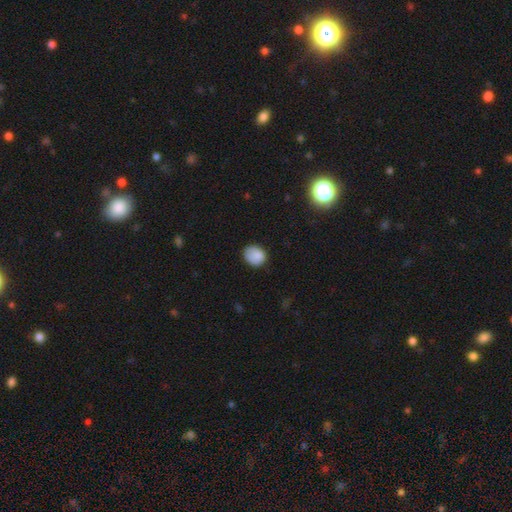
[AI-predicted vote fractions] smooth_or_featured: smooth (p=0.84) [alt: star or artifact p=0.09]
how_rounded: round (p=0.61) [alt: in between p=0.38]
merging: none (p=0.71) [alt: minor disturbance p=0.22]